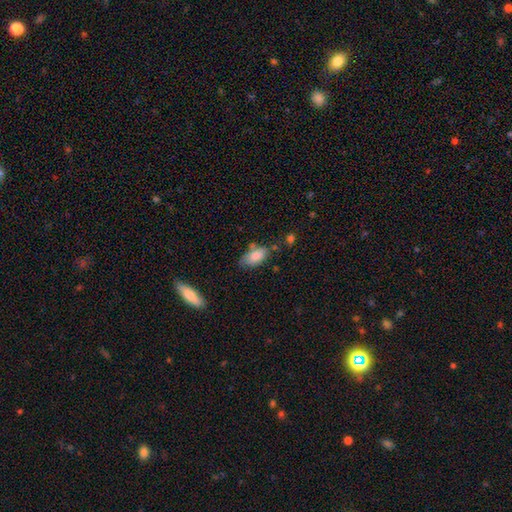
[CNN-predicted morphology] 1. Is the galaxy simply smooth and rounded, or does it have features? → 83% smooth, 10% featured or disk, 7% star or artifact.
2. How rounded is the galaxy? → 91% in between, 5% cigar-shaped, 4% round.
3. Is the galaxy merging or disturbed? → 57% none, 29% minor disturbance, 7% merger, 7% major disturbance.